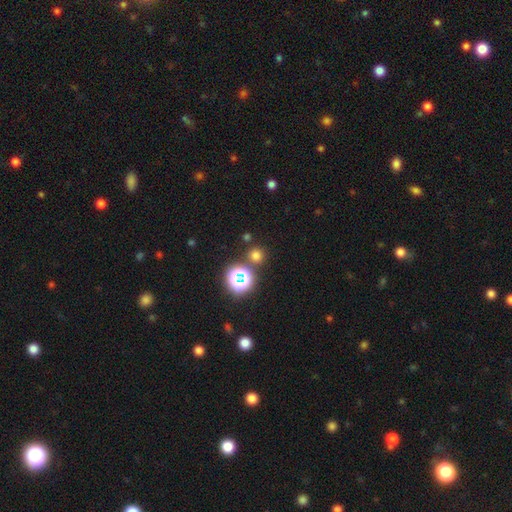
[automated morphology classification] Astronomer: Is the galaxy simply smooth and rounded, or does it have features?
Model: smooth — 67%.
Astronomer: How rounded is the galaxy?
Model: round — 93%.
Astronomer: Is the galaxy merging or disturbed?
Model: none — 82%.